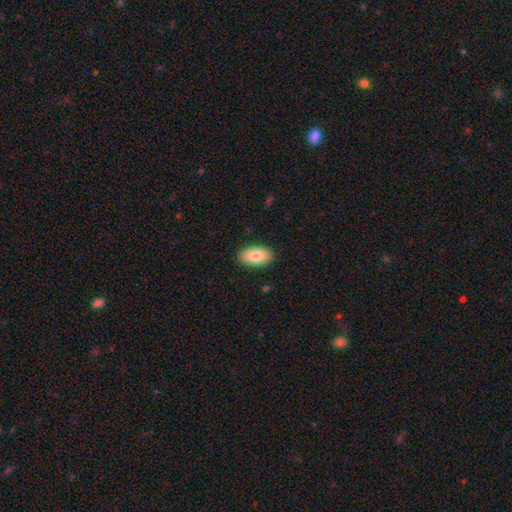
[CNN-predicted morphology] Q: Smooth or featured?
A: smooth (84%); runner-up: featured or disk (10%)
Q: How rounded?
A: in between (95%); runner-up: round (3%)
Q: Merging?
A: none (90%); runner-up: minor disturbance (8%)